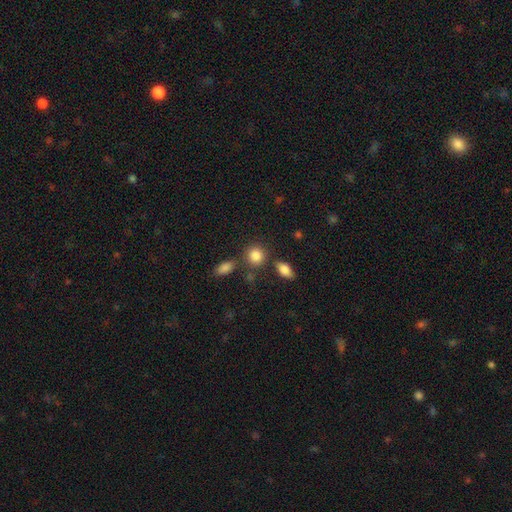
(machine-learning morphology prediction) Overall: smooth (86%). How rounded: round (76%). Merging: none (72%).